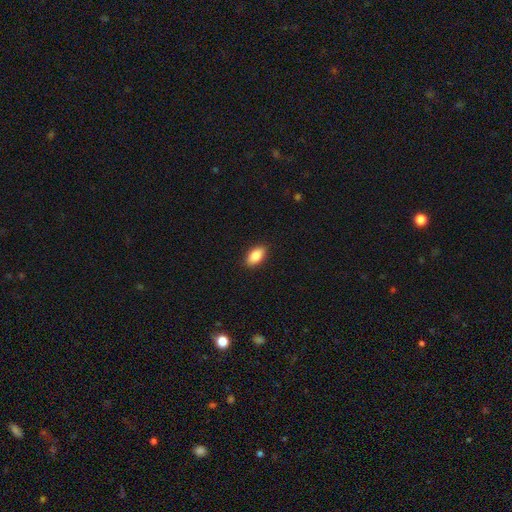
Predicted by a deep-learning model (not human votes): Smooth or featured? Predicted: smooth (p=0.85). How rounded? Predicted: in between (p=0.91). Merging? Predicted: none (p=0.90).